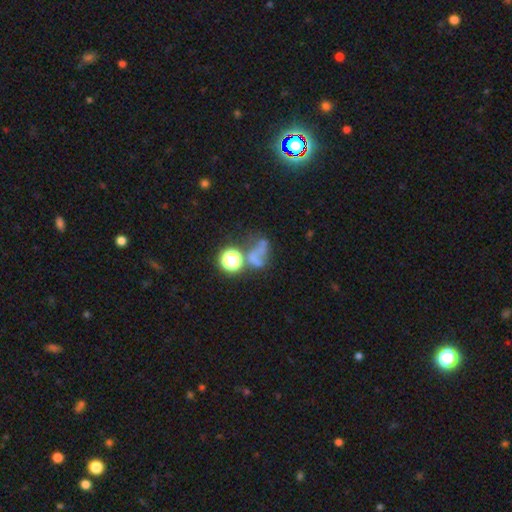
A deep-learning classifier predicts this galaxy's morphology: This appears to be a smooth galaxy with no disk features (41%). Merging: major disturbance (31%).